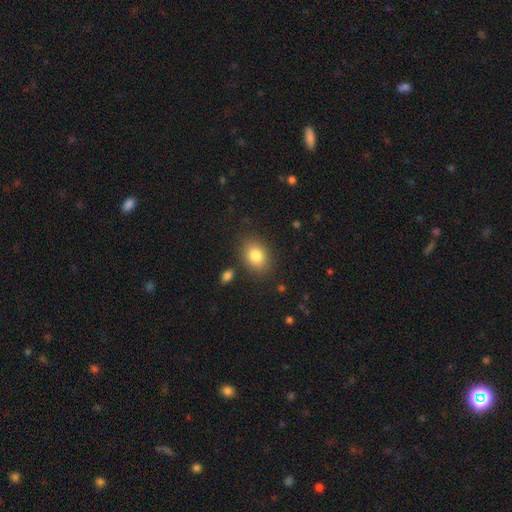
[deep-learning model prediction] smooth_or_featured: smooth (p=0.83) [alt: star or artifact p=0.09]
how_rounded: in between (p=0.69) [alt: round p=0.30]
merging: none (p=0.82) [alt: minor disturbance p=0.11]